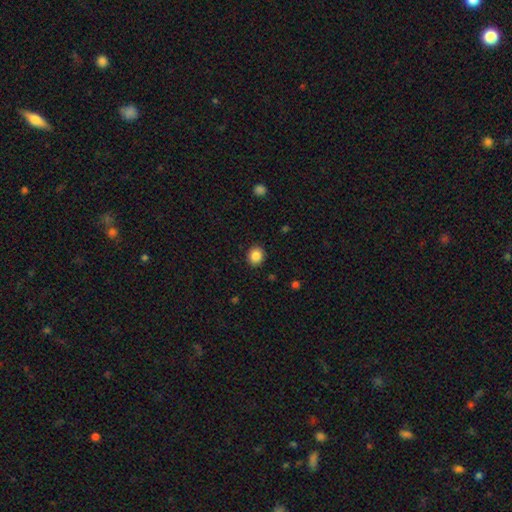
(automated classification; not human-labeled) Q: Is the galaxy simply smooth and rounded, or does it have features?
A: smooth — 86%.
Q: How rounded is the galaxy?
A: round — 78%.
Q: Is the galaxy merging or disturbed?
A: none — 91%.